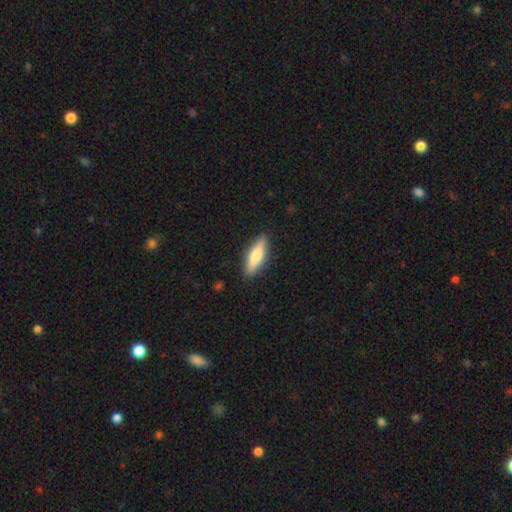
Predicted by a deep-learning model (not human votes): Smooth or featured: smooth — 63% (featured or disk — 32%)
How rounded: cigar-shaped — 61% (in between — 37%)
Merging: none — 89% (minor disturbance — 8%)